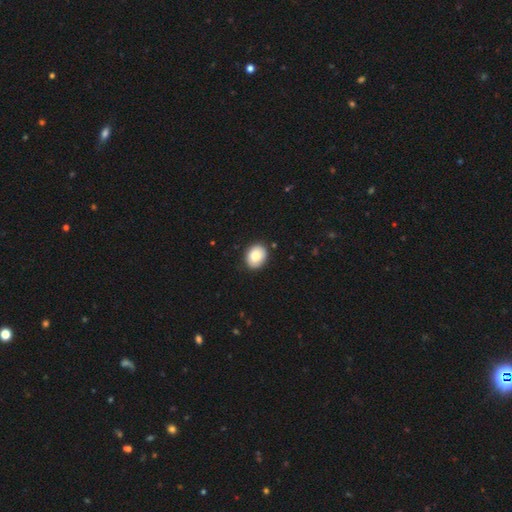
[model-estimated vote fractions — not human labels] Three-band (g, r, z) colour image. It shows a smooth galaxy with no disk features (86%) that is in between round and cigar-shaped (56%). Merging: none (87%).